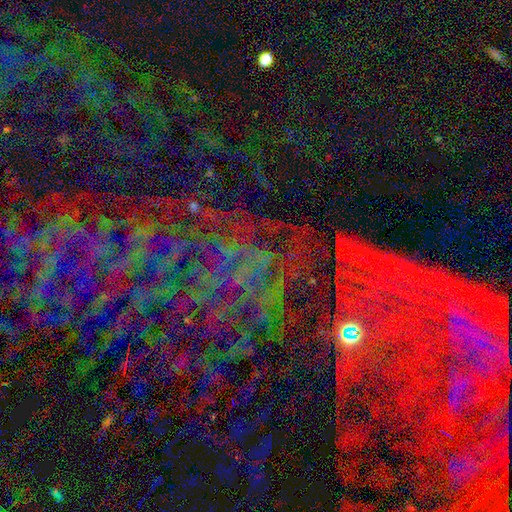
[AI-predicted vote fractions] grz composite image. It shows a star or artifact, not a galaxy (79%).